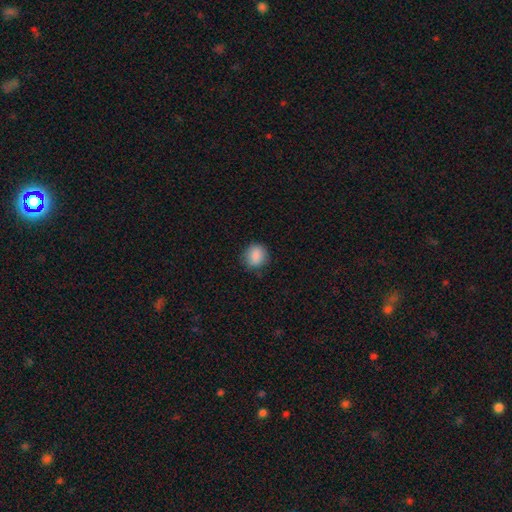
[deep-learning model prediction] A smooth galaxy with no disk features (88%) that is round (76%).

Vote fractions:
- Smooth or featured? smooth: 88% / star or artifact: 8% / featured or disk: 4%
- How rounded? round: 76% / in between: 23% / cigar-shaped: 1%
- Merging? none: 82% / minor disturbance: 14% / major disturbance: 3% / merger: 1%